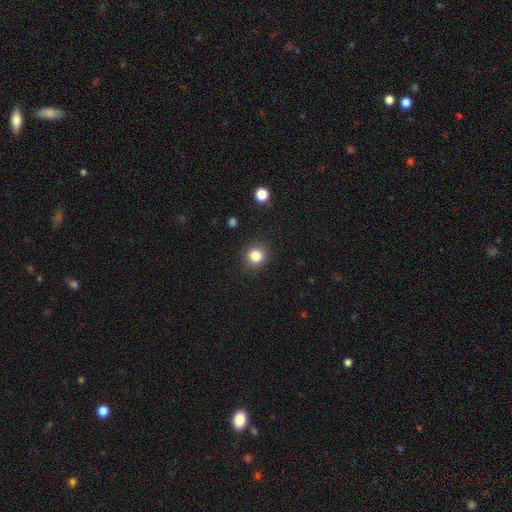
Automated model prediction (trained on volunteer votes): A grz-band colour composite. It shows a smooth galaxy with no disk features (83%) that is round (85%). Merging: none (90%).